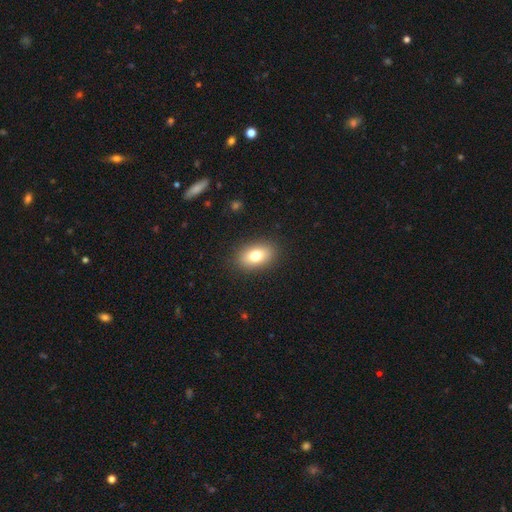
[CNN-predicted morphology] This appears to be a smooth galaxy with no disk features (78%) that is in between round and cigar-shaped (86%). Merging: none (88%).